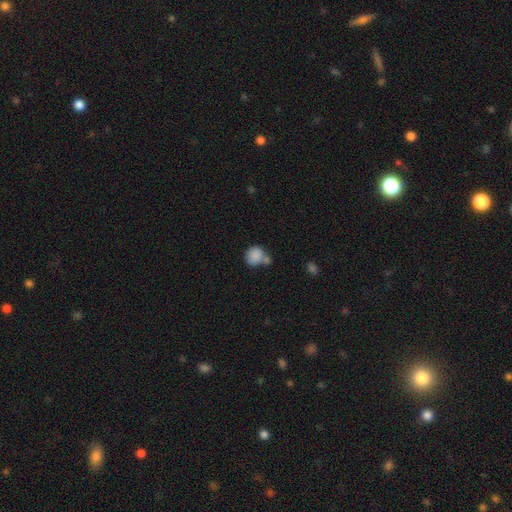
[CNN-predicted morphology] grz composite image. It shows a smooth galaxy with no disk features (86%) that is round (84%). Merging: none (46%).